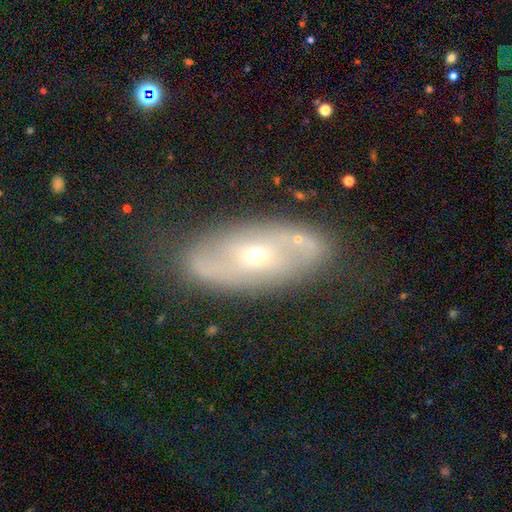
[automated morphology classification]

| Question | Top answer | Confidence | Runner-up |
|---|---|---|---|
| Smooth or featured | featured or disk | 63% | smooth (27%) |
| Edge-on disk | no | 85% | yes (15%) |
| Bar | no | 68% | weak (22%) |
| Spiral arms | yes | 50% | tied: no (50%) |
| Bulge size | small | 58% | moderate (38%) |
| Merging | none | 75% | minor disturbance (15%) |